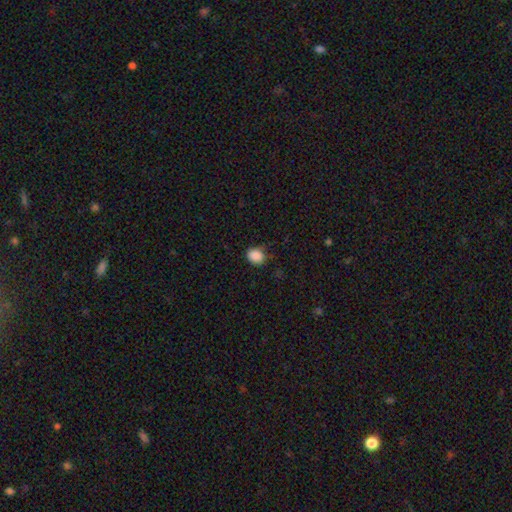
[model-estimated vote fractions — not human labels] Smooth or featured: smooth — 88% (star or artifact — 9%)
How rounded: round — 55% (in between — 44%)
Merging: none — 72% (minor disturbance — 22%)